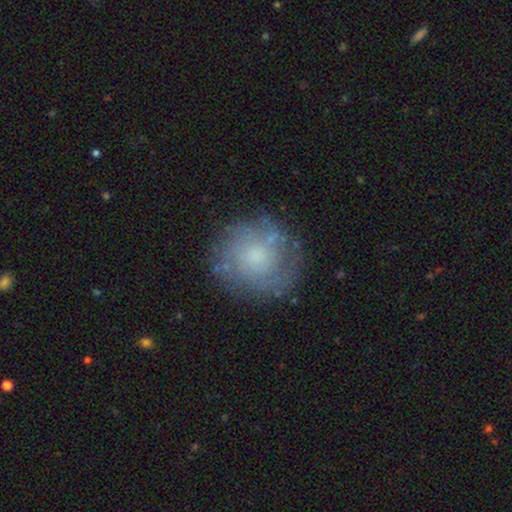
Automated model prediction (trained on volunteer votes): Morphology: type=smooth (46%); merging=none (75%).